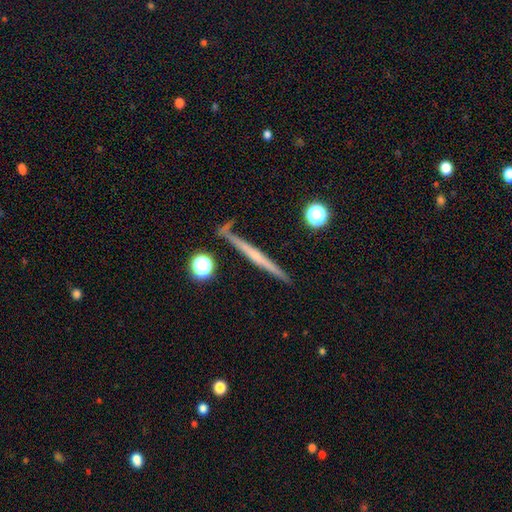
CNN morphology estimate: featured or disk 61%, smooth 31%, star or artifact 7%. Down the decision tree: edge-on disk — yes (97%); edge-on bulge — none (70%); merging — none (86%).